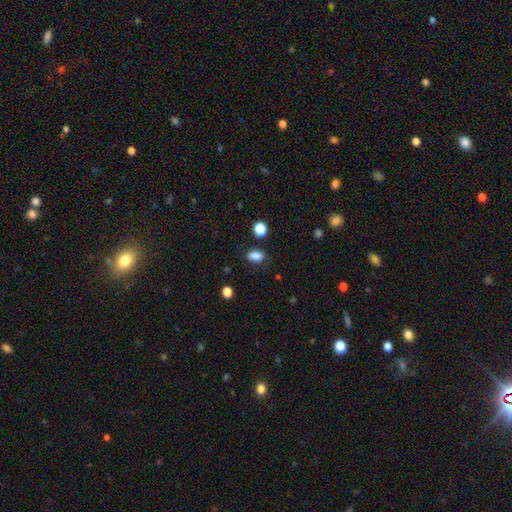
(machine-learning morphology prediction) The model was most divided on "merging": none: 78%, minor disturbance: 15%, major disturbance: 5%, merger: 3%. More confident: smooth or featured — smooth (85%); how rounded — in between (81%).